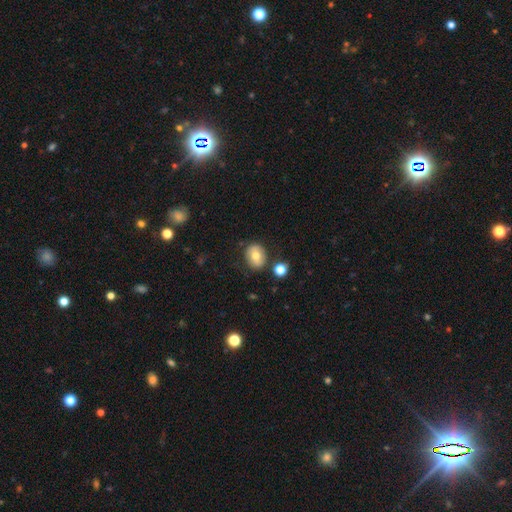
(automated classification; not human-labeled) smooth 70%, featured or disk 20%, star or artifact 10%. Down the decision tree: how rounded — round (51%); merging — none (77%).